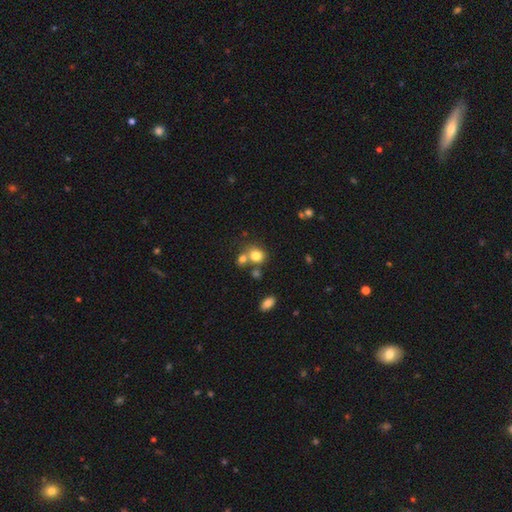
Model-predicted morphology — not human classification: type=smooth (79%); roundness=round (70%); merging=none (51%).